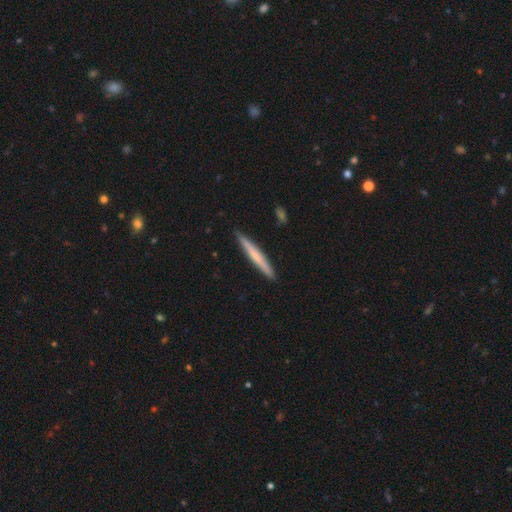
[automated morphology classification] Q: Smooth or featured?
A: smooth (53%); runner-up: featured or disk (41%)
Q: How rounded?
A: cigar-shaped (96%); runner-up: in between (2%)
Q: Merging?
A: none (92%); runner-up: minor disturbance (6%)